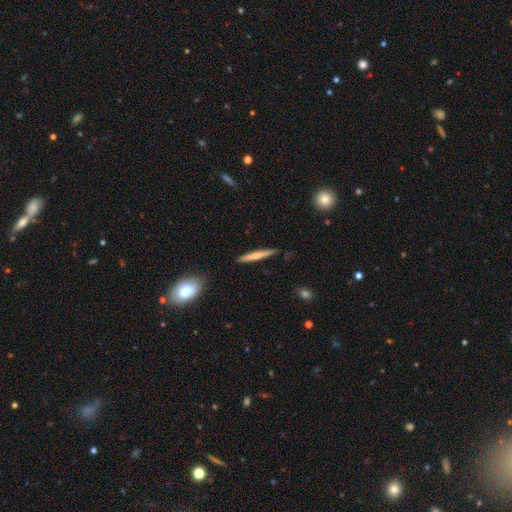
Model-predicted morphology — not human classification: Smooth or featured? Predicted: smooth (p=0.62). How rounded? Predicted: cigar-shaped (p=0.95). Merging? Predicted: none (p=0.86).